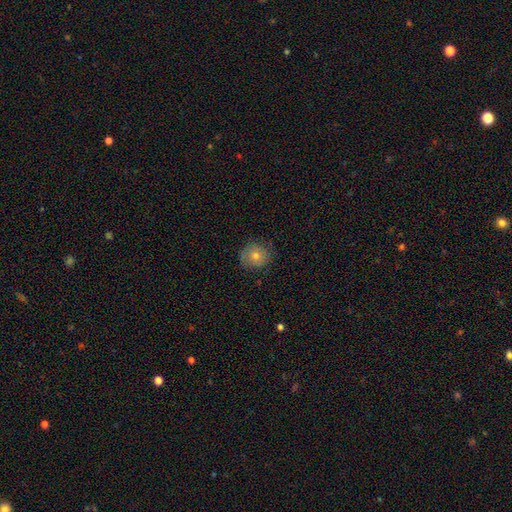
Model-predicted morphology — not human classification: type=smooth (64%); roundness=round (83%); merging=none (80%).